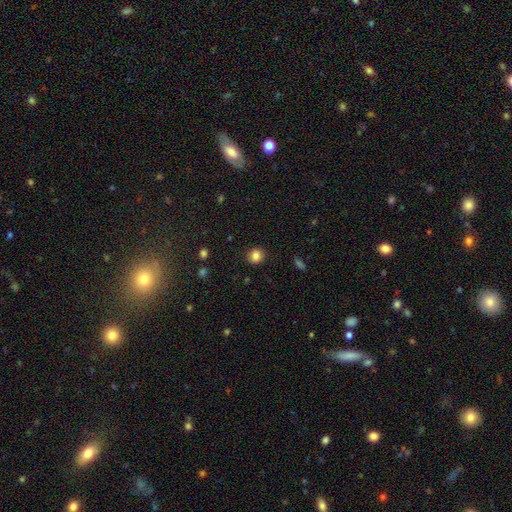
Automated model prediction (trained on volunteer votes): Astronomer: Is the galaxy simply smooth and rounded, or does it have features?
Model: smooth — 84%.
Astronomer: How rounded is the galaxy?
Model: round — 79%.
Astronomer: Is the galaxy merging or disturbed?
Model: none — 89%.